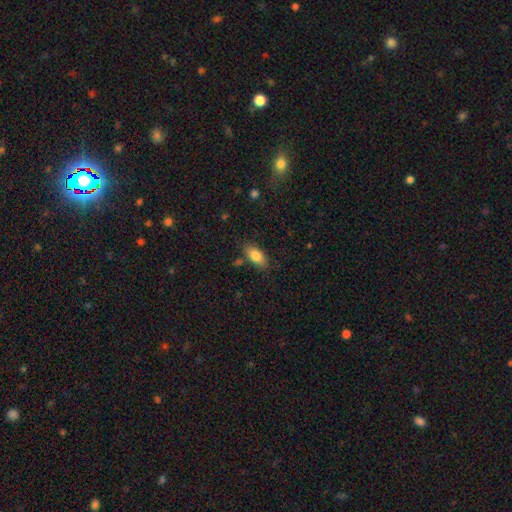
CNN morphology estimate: This appears to be a smooth galaxy with no disk features (82%) that is in between round and cigar-shaped (88%). Merging: none (79%).